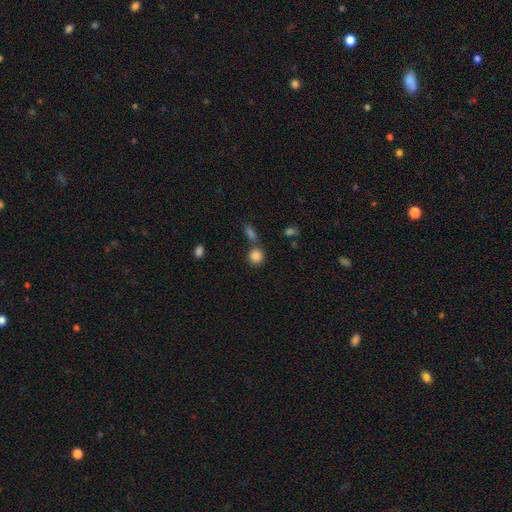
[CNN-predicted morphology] Smooth or featured: smooth — 85% (star or artifact — 10%)
How rounded: round — 83% (in between — 16%)
Merging: none — 64% (merger — 23%)